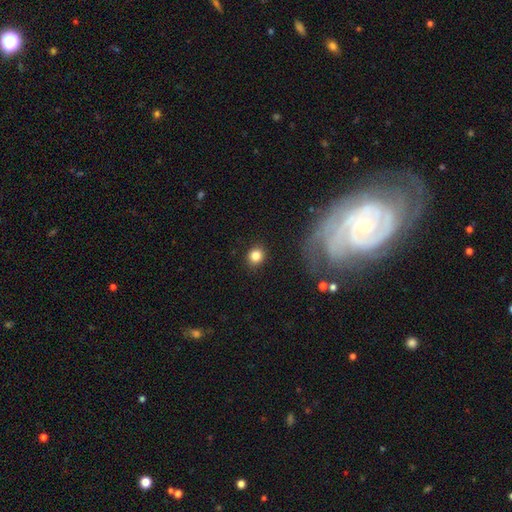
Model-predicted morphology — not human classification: The model was most divided on "how rounded": round: 80%, in between: 19%, cigar-shaped: 1%. More confident: merging — none (90%); smooth or featured — smooth (83%).